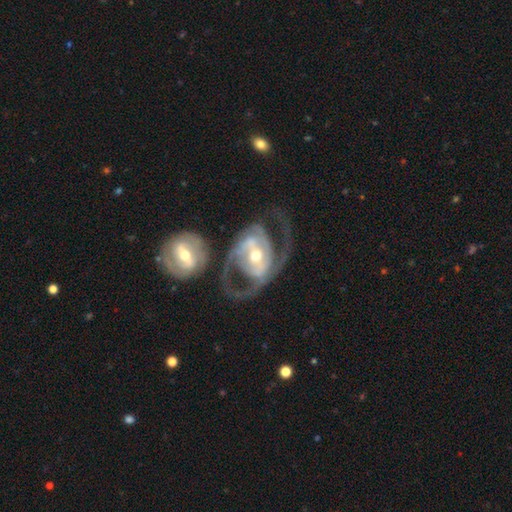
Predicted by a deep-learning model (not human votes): Smooth or featured? featured or disk (87%)
Edge-on disk? no (96%)
Bar? strong (46%)
Spiral arms? yes (88%)
Spiral winding? medium (50%)
Spiral arm count? 2 (78%)
Bulge size? moderate (64%)
Merging? none (37%)